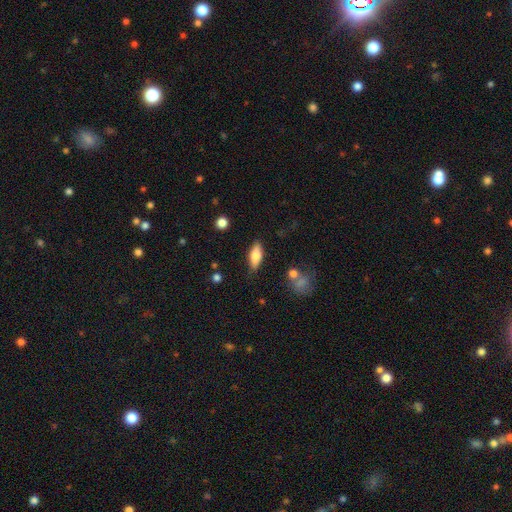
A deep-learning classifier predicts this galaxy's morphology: smooth-or-featured: smooth: 71% | featured or disk: 23% | star or artifact: 7%
  how-rounded: in between: 72% | cigar-shaped: 26% | round: 3%
  merging: none: 82% | minor disturbance: 12% | major disturbance: 3% | merger: 3%